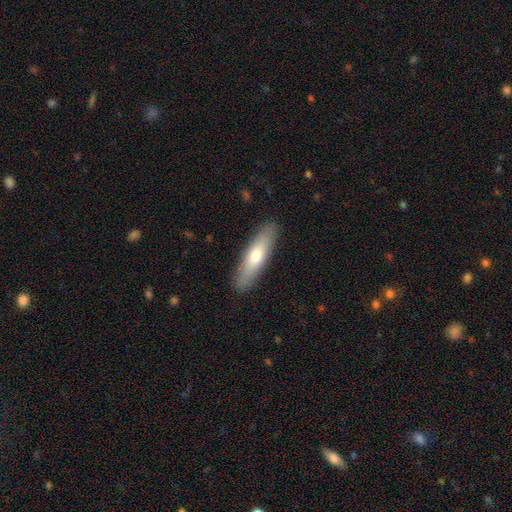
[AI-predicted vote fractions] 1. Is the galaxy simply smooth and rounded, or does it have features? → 64% smooth, 31% featured or disk, 5% star or artifact.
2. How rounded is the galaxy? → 67% cigar-shaped, 32% in between, 2% round.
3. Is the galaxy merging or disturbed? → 89% none, 8% minor disturbance, 2% major disturbance, 1% merger.